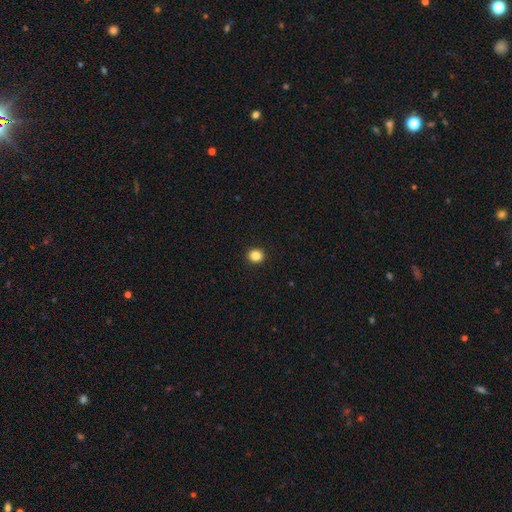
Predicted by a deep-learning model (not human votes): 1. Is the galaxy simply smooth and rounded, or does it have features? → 86% smooth, 11% star or artifact, 3% featured or disk.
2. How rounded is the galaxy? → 84% round, 15% in between, 1% cigar-shaped.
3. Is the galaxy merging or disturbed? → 93% none, 4% minor disturbance, 2% major disturbance, 1% merger.